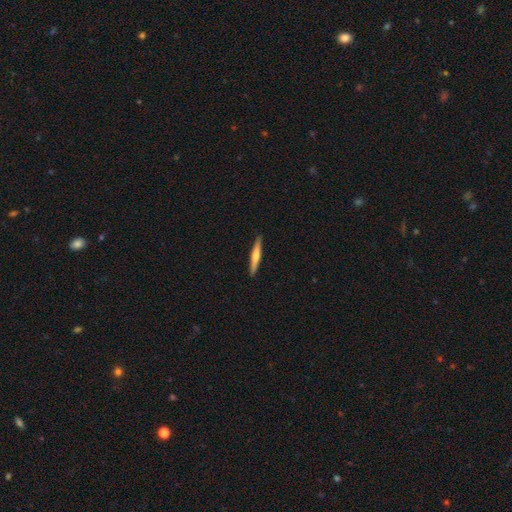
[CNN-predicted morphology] This appears to be a featured or disk galaxy (49%). Merging: none (91%).